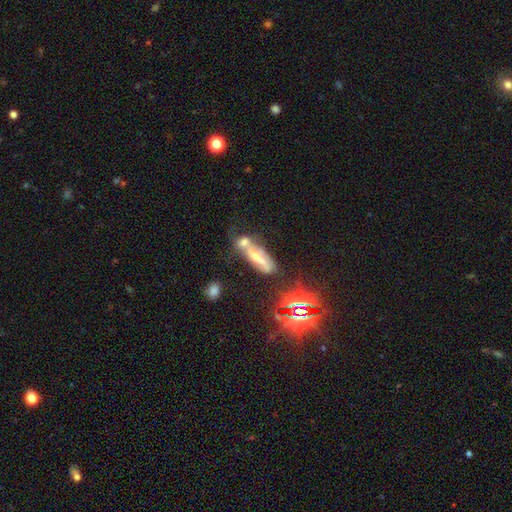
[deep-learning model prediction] Smooth or featured: featured or disk — 46% (star or artifact — 28%)
Merging: none — 38% (merger — 37%)